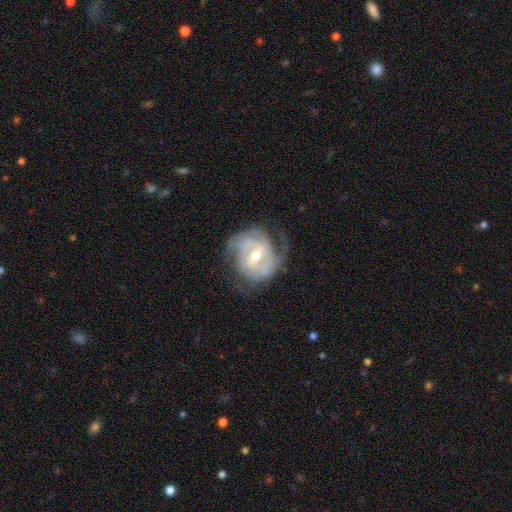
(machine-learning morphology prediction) This is clearly a featured or disk galaxy (85%). It is clearly not viewed edge-on (97%). Bar: possibly weak (50%). Spiral arm pattern: clearly yes (93%). Spiral arm count: possibly 2 (47%). Spiral winding: possibly tight (48%). Central bulge: possibly moderate (58%). Merging: likely none (63%).